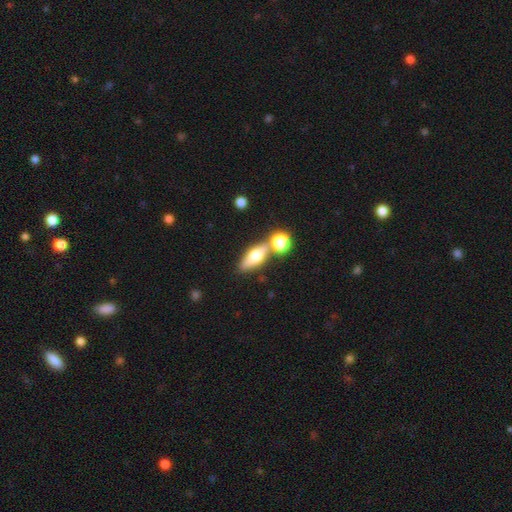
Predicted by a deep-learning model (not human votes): Smooth or featured?
  - smooth: 52% *
  - featured or disk: 39%
  - star or artifact: 9%
How rounded?
  - in between: 59% *
  - cigar-shaped: 34%
  - round: 8%
Merging?
  - none: 65% *
  - merger: 20%
  - minor disturbance: 11%
  - major disturbance: 4%